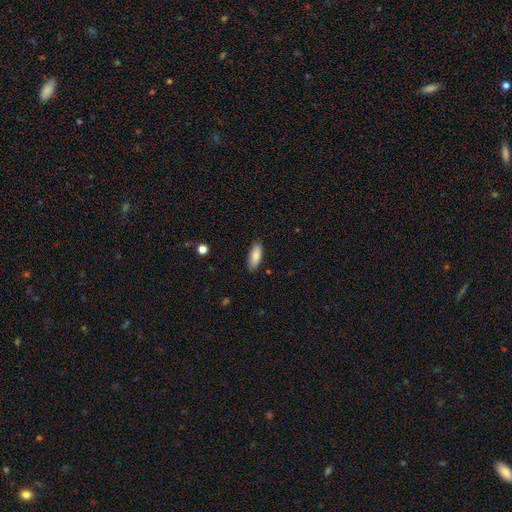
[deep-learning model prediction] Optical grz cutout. It shows a smooth galaxy with no disk features (86%) that is in between round and cigar-shaped (75%). Merging: none (84%).